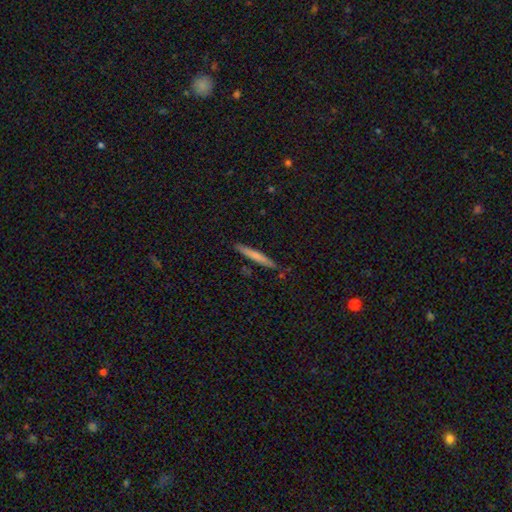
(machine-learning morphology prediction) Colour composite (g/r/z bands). It shows a smooth galaxy with no disk features (66%) that is cigar-shaped (96%). Merging: none (87%).